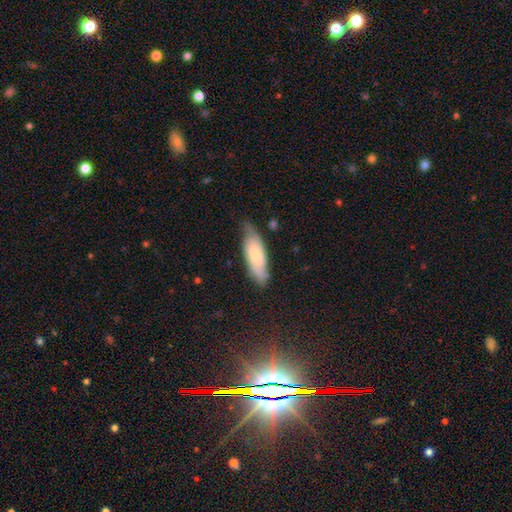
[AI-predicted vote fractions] Smooth or featured? smooth (62%)
How rounded? in between (62%)
Merging? none (65%)